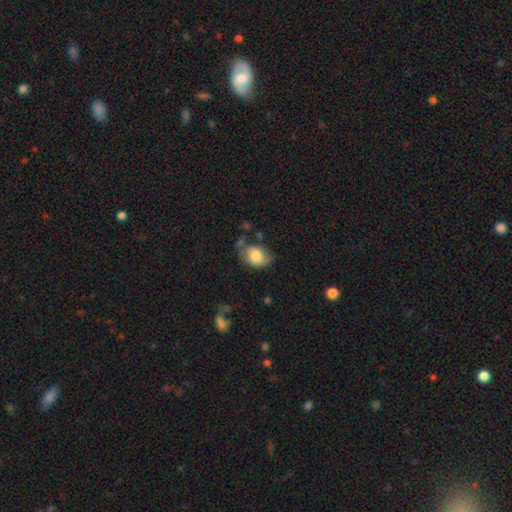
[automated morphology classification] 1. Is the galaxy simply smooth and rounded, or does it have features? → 77% smooth, 15% featured or disk, 7% star or artifact.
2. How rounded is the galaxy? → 70% in between, 28% round, 1% cigar-shaped.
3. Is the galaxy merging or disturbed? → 50% none, 32% minor disturbance, 13% major disturbance, 6% merger.